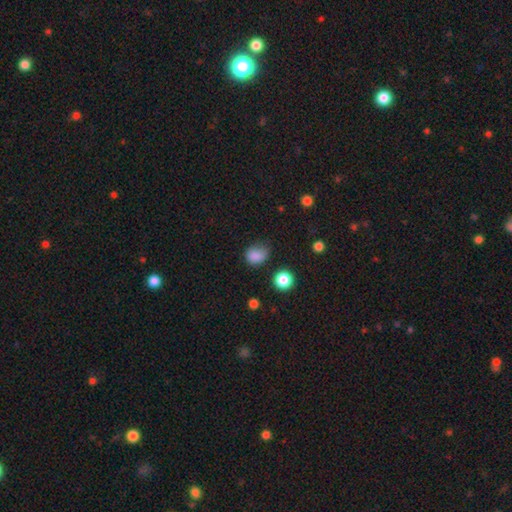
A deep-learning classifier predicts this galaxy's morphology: Q: Smooth or featured?
A: smooth (82%); runner-up: star or artifact (13%)
Q: How rounded?
A: round (51%); runner-up: in between (48%)
Q: Merging?
A: none (55%); runner-up: minor disturbance (32%)